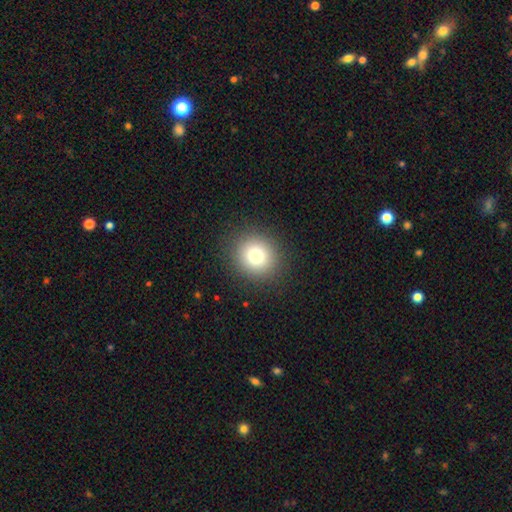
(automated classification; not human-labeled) Overall: smooth (78%). How rounded: round (87%). Merging: none (90%).